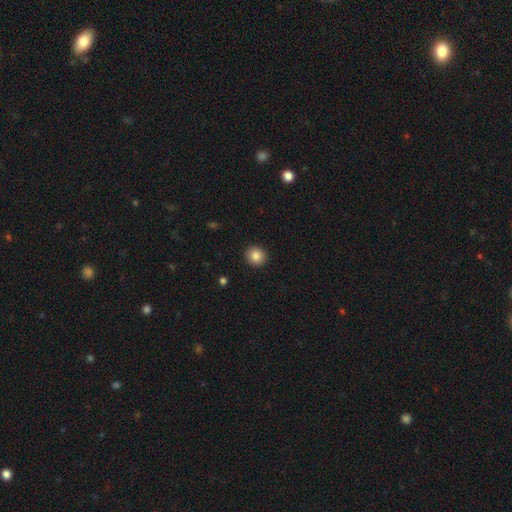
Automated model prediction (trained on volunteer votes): Morphology: type=smooth (86%); roundness=round (88%); merging=none (92%).